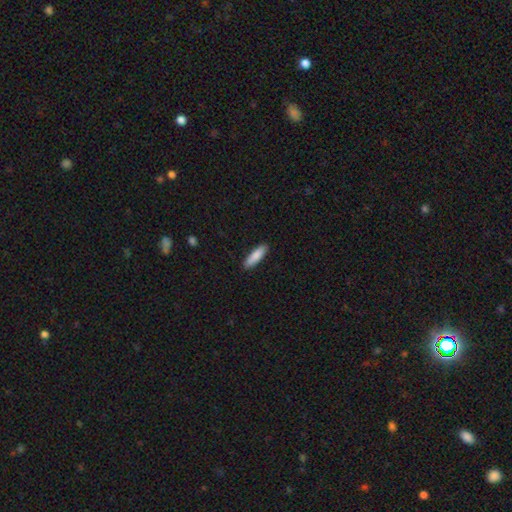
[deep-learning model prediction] This appears to be a smooth galaxy with no disk features (86%) that is cigar-shaped (69%). Merging: none (90%).